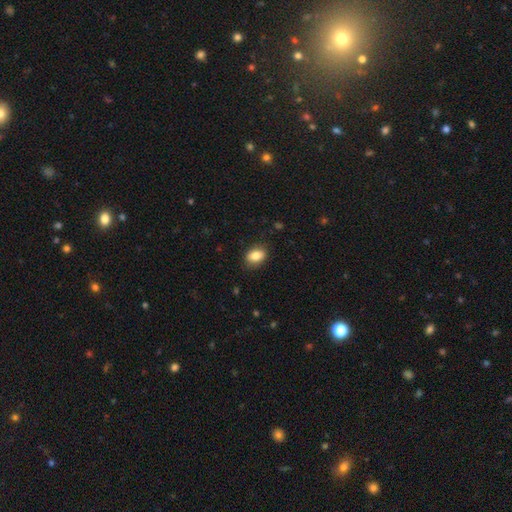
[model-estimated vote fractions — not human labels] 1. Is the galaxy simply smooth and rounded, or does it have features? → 83% smooth, 9% featured or disk, 8% star or artifact.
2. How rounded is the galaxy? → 77% in between, 21% round, 1% cigar-shaped.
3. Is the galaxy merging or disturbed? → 85% none, 12% minor disturbance, 3% major disturbance, 1% merger.